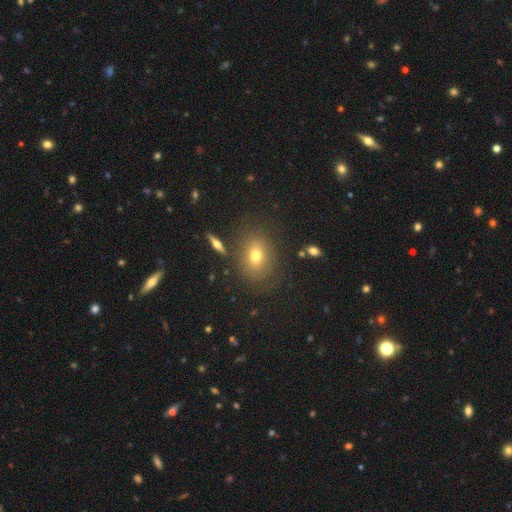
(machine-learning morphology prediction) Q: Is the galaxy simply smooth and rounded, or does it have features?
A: smooth — 67%.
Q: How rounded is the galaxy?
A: in between — 62%.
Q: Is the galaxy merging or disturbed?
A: none — 79%.